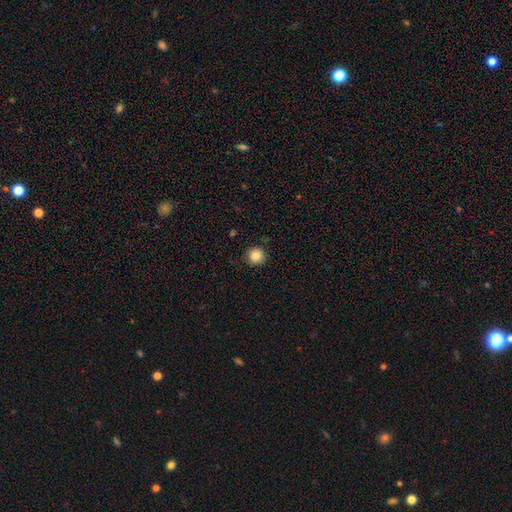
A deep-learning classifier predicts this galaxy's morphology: smooth-or-featured: smooth: 86% | star or artifact: 10% | featured or disk: 4%
  how-rounded: round: 95% | in between: 4% | cigar-shaped: 1%
  merging: none: 89% | minor disturbance: 8% | major disturbance: 2% | merger: 1%